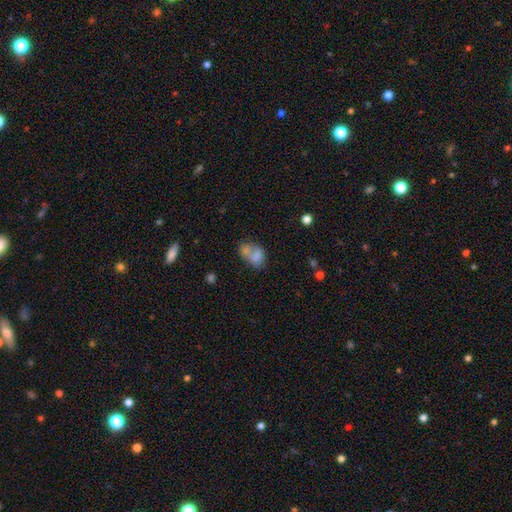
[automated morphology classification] A smooth galaxy with no disk features (71%) that is in between round and cigar-shaped (75%).

Vote fractions:
- Smooth or featured? smooth: 71% / featured or disk: 19% / star or artifact: 10%
- How rounded? in between: 75% / round: 23% / cigar-shaped: 1%
- Merging? merger: 50% / none: 26% / minor disturbance: 14% / major disturbance: 10%